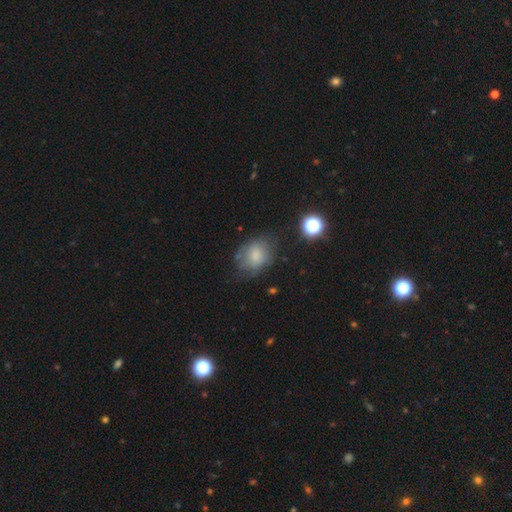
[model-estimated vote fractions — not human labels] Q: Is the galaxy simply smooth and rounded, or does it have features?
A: smooth — 73%.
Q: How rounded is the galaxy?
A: in between — 53%.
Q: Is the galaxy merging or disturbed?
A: none — 58%.